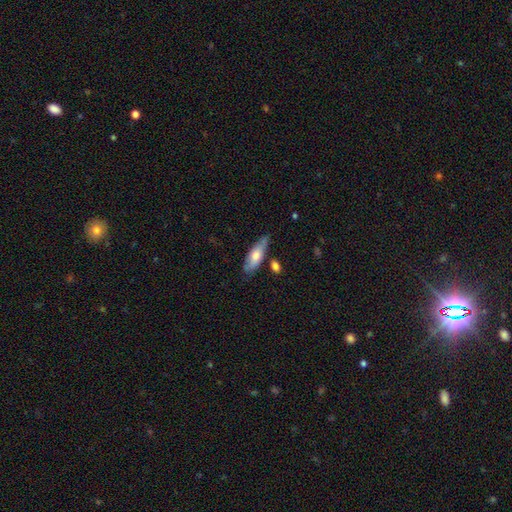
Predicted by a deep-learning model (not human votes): This appears to be a smooth galaxy with no disk features (62%) that is in between round and cigar-shaped (56%). Merging: none (69%).